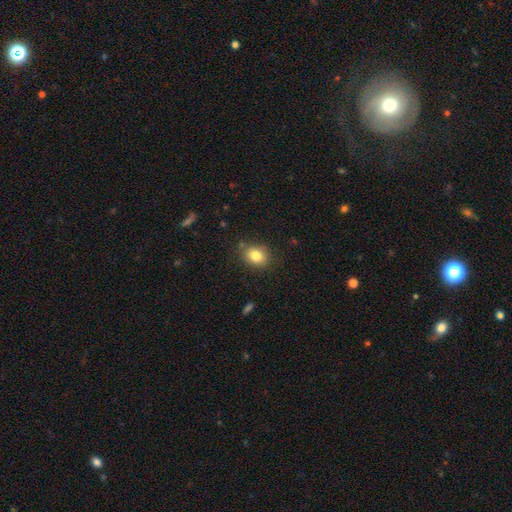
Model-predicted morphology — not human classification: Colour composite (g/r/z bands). It shows a smooth galaxy with no disk features (82%) that is in between round and cigar-shaped (58%). Merging: none (80%).